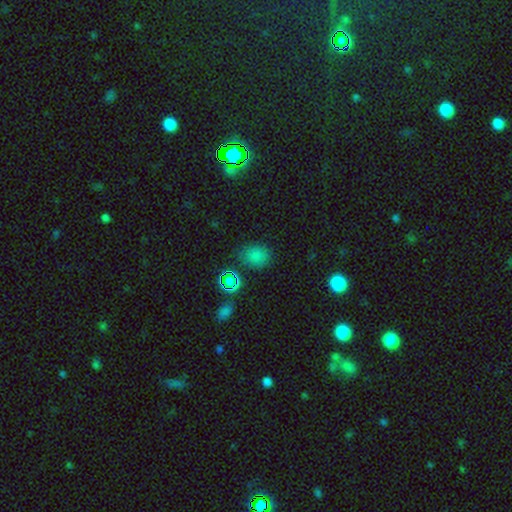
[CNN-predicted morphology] smooth_or_featured: smooth (p=0.73) [alt: star or artifact p=0.21]
how_rounded: round (p=0.50) [alt: in between p=0.49]
merging: none (p=0.78) [alt: minor disturbance p=0.14]